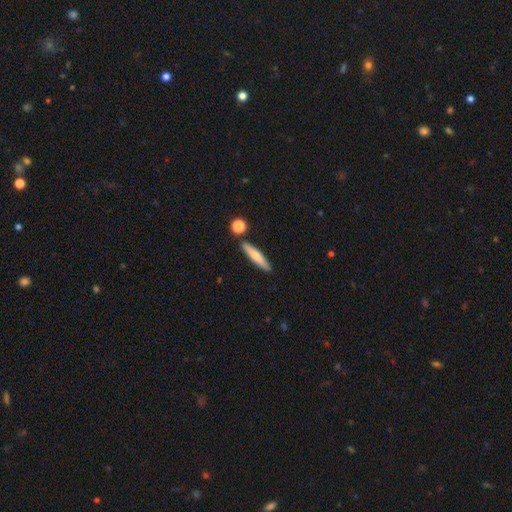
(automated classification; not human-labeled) The model was most divided on "smooth or featured": smooth: 63%, featured or disk: 31%, star or artifact: 6%. More confident: how rounded — cigar-shaped (86%); merging — none (85%).